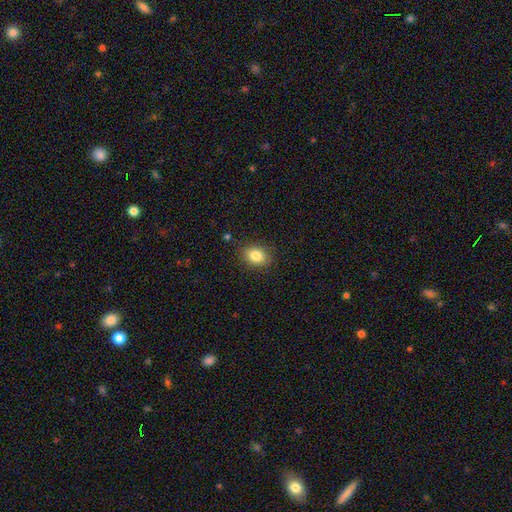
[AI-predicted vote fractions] smooth_or_featured: smooth (p=0.83) [alt: star or artifact p=0.10]
how_rounded: in between (p=0.66) [alt: round p=0.33]
merging: none (p=0.84) [alt: minor disturbance p=0.12]